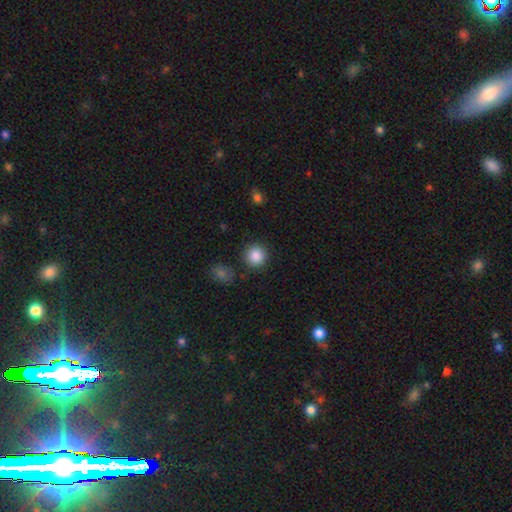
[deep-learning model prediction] A smooth galaxy with no disk features (88%) that is round (93%).

Vote fractions:
- Smooth or featured? smooth: 88% / star or artifact: 9% / featured or disk: 4%
- How rounded? round: 93% / in between: 6% / cigar-shaped: 1%
- Merging? none: 88% / minor disturbance: 7% / merger: 3% / major disturbance: 3%